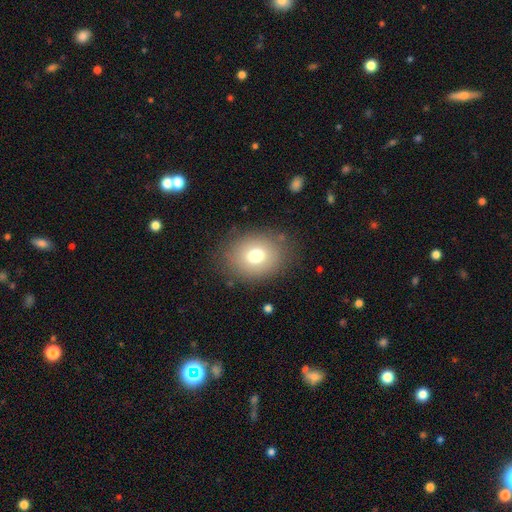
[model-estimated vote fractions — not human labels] Smooth or featured? smooth (74%)
How rounded? round (50%, tied with in between)
Merging? none (83%)